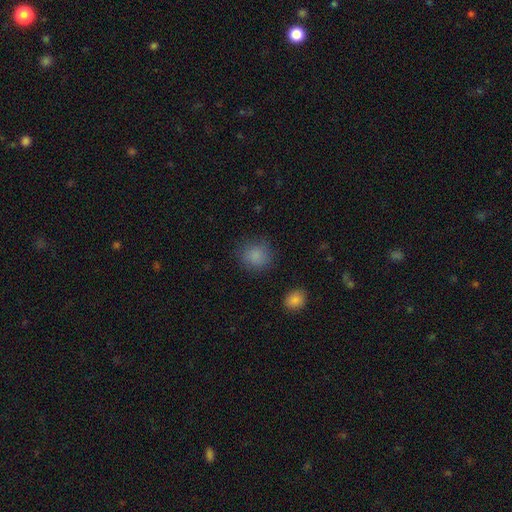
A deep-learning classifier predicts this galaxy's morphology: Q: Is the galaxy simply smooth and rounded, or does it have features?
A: smooth — 85%.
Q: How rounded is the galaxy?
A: round — 86%.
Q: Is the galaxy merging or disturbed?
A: none — 80%.